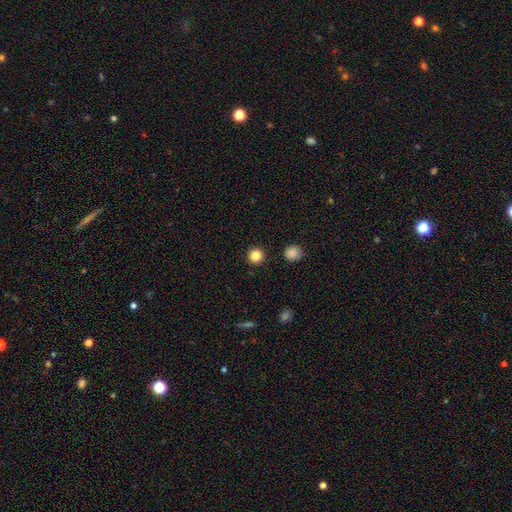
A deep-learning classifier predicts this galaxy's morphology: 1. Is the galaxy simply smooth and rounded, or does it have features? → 84% smooth, 12% star or artifact, 5% featured or disk.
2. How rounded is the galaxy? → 95% round, 4% in between, 1% cigar-shaped.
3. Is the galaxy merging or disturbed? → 93% none, 4% minor disturbance, 2% major disturbance, 1% merger.